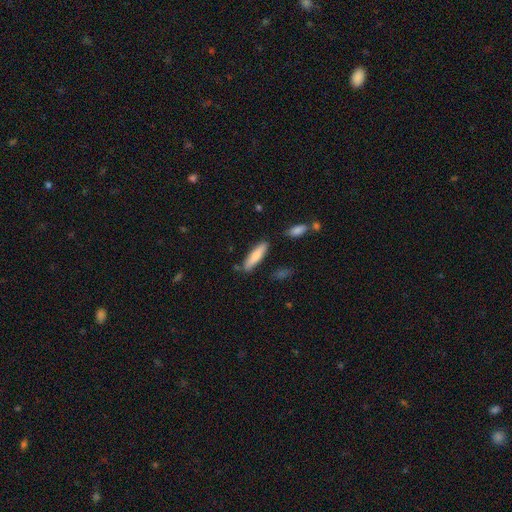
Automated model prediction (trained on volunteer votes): This appears to be a smooth galaxy with no disk features (76%) that is cigar-shaped (72%). Merging: none (82%).